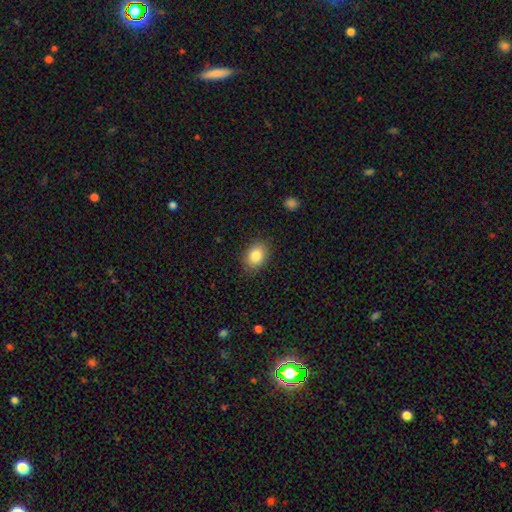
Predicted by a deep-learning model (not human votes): A smooth galaxy with no disk features (84%) that is in between round and cigar-shaped (68%). Merging: none (86%).